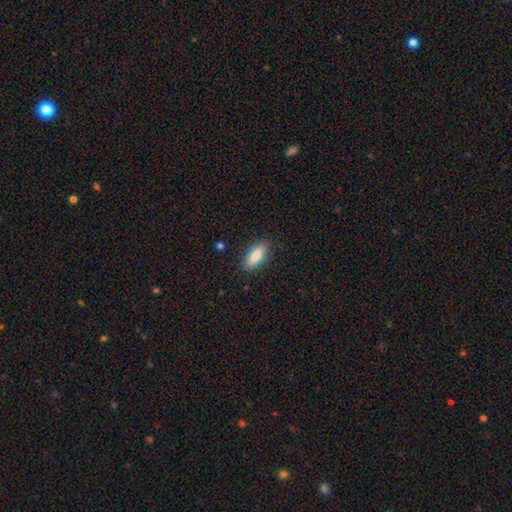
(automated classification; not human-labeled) Smooth or featured? smooth (85%)
How rounded? in between (72%)
Merging? none (86%)